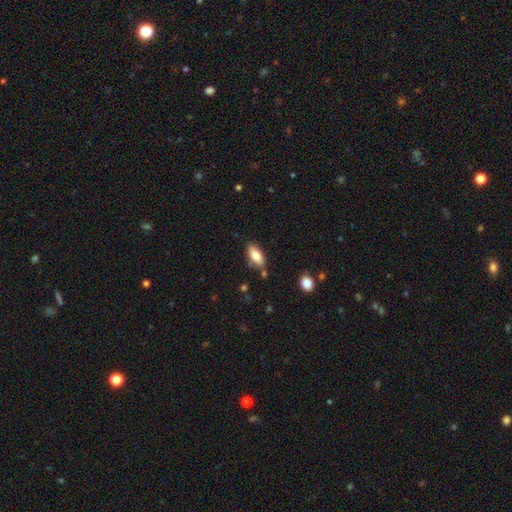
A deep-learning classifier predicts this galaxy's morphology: This appears to be a smooth galaxy with no disk features (80%) that is in between round and cigar-shaped (88%). Merging: none (78%).